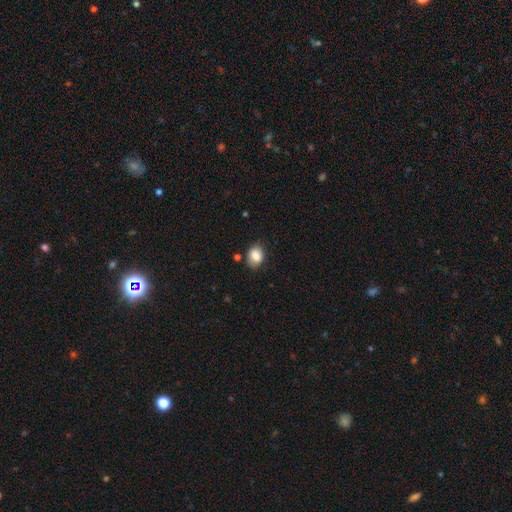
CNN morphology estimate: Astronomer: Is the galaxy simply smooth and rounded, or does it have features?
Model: smooth — 85%.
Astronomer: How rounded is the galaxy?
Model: in between — 67%.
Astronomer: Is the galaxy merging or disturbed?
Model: none — 74%.